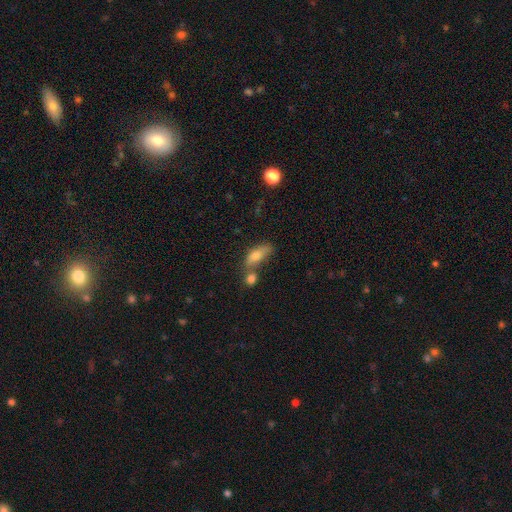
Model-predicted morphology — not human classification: Overall: smooth (73%). How rounded: in between (73%). Merging: none (37%; merger 30%).